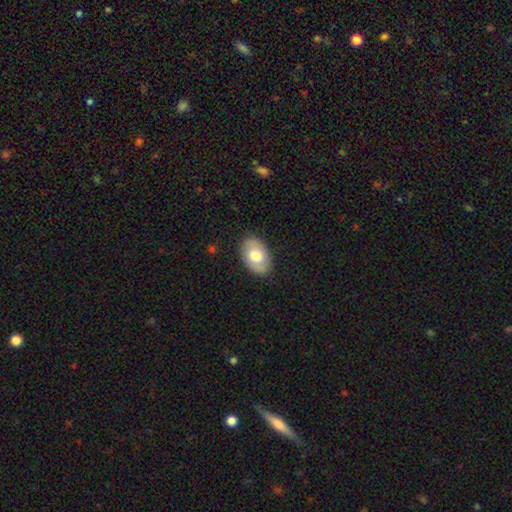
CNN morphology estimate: A smooth galaxy with no disk features (68%) that is in between round and cigar-shaped (89%).

Vote fractions:
- Smooth or featured? smooth: 68% / featured or disk: 26% / star or artifact: 6%
- How rounded? in between: 89% / round: 9% / cigar-shaped: 1%
- Merging? none: 84% / minor disturbance: 12% / major disturbance: 3% / merger: 1%